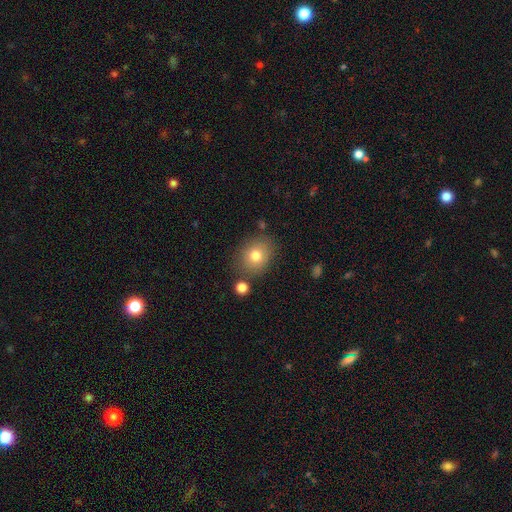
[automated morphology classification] type=smooth (78%); roundness=round (57%); merging=none (77%).